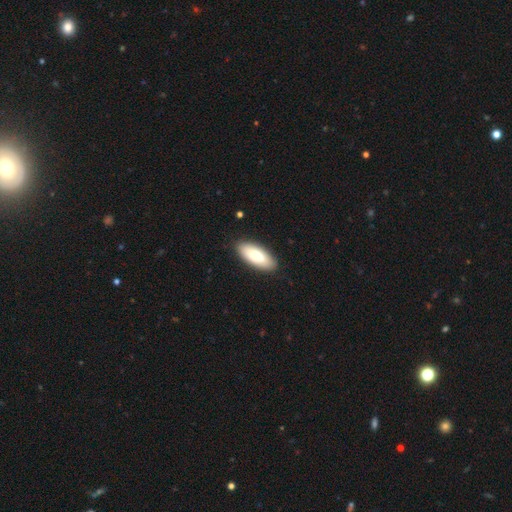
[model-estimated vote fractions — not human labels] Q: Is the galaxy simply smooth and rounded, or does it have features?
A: smooth — 76%.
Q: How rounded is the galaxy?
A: in between — 82%.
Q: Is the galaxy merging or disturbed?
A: none — 89%.